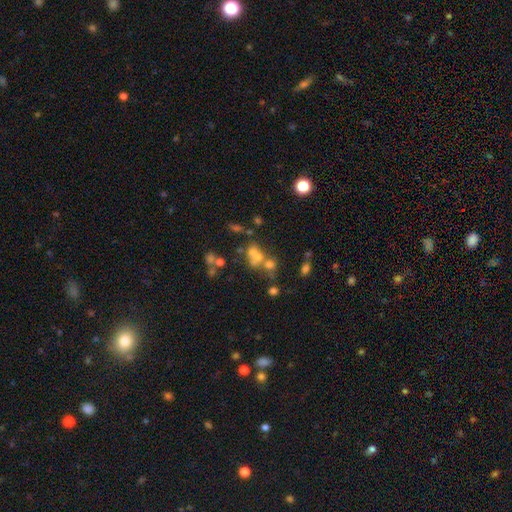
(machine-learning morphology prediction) This appears to be a smooth galaxy with no disk features (51%) that is round (58%). Merging: merger (53%).